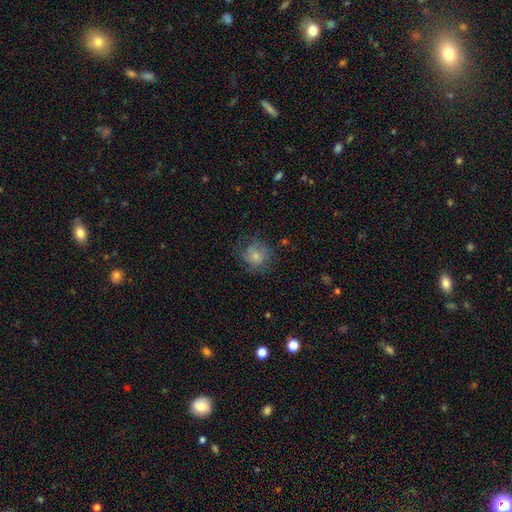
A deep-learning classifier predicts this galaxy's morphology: A smooth galaxy with no disk features (70%) that is round (85%).

Vote fractions:
- Smooth or featured? smooth: 70% / featured or disk: 21% / star or artifact: 9%
- How rounded? round: 85% / in between: 14% / cigar-shaped: 1%
- Merging? none: 63% / minor disturbance: 22% / major disturbance: 14% / merger: 1%